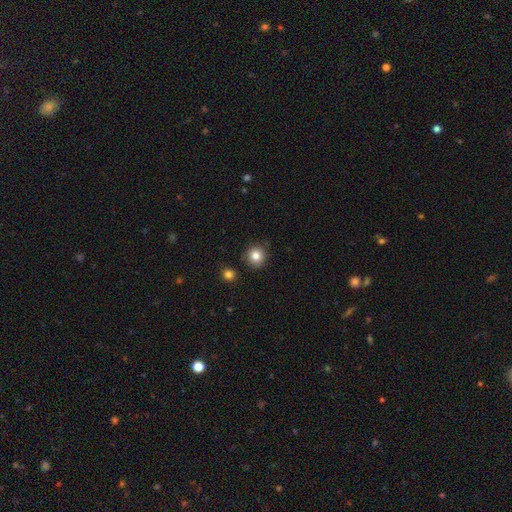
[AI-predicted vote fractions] Overall: smooth (84%). How rounded: round (92%). Merging: none (86%).